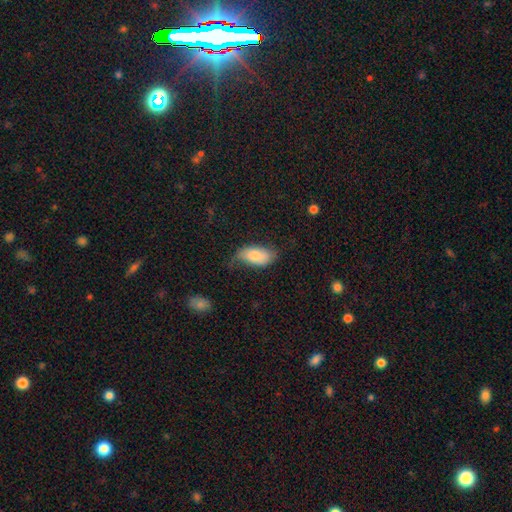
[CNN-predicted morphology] type=smooth (78%); roundness=in between (94%); merging=none (51%).